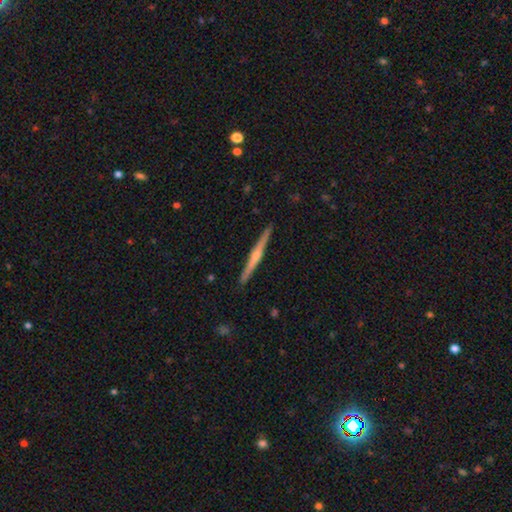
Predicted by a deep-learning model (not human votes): Q: Smooth or featured?
A: featured or disk (74%); runner-up: smooth (20%)
Q: Edge-on disk?
A: yes (98%); runner-up: no (2%)
Q: Edge-on bulge?
A: rounded (77%); runner-up: none (17%)
Q: Merging?
A: none (92%); runner-up: minor disturbance (6%)